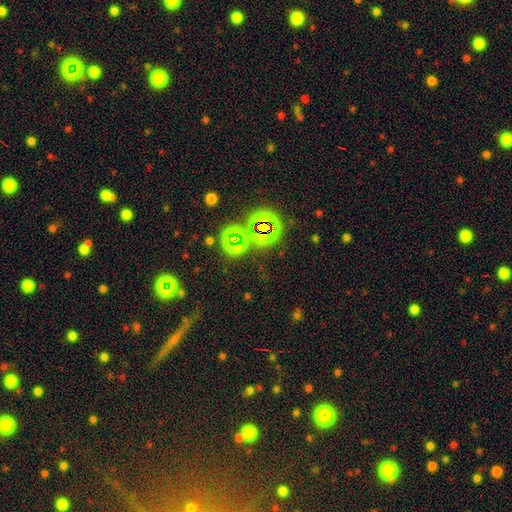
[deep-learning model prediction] This is likely a star or artifact rather than a galaxy (63%).